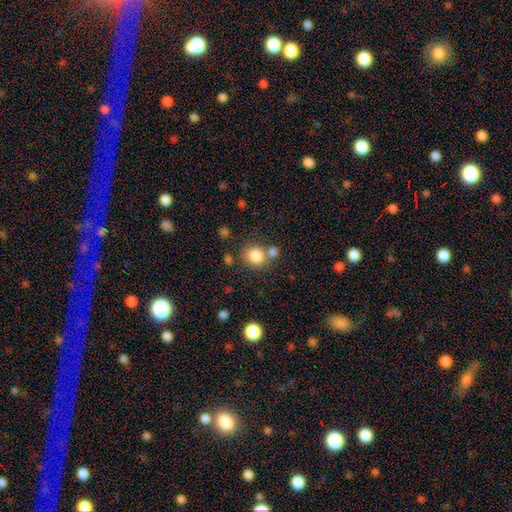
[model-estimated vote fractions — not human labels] Smooth or featured? smooth (83%)
How rounded? round (81%)
Merging? none (64%)